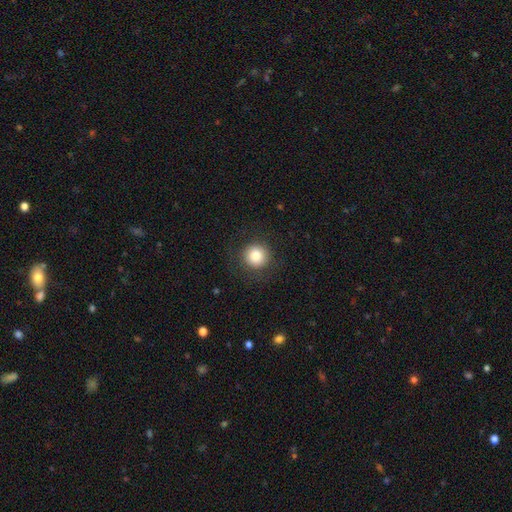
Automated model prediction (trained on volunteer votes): This is clearly a smooth galaxy (84%). How rounded: clearly round (95%). Merging: clearly none (89%).